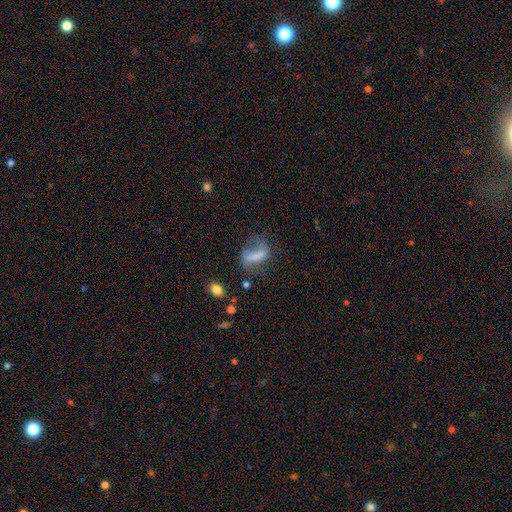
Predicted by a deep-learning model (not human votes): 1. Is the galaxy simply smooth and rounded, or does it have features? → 55% smooth, 33% featured or disk, 12% star or artifact.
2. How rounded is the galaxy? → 65% in between, 24% cigar-shaped, 10% round.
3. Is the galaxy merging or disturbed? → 36% none, 35% major disturbance, 24% minor disturbance, 6% merger.